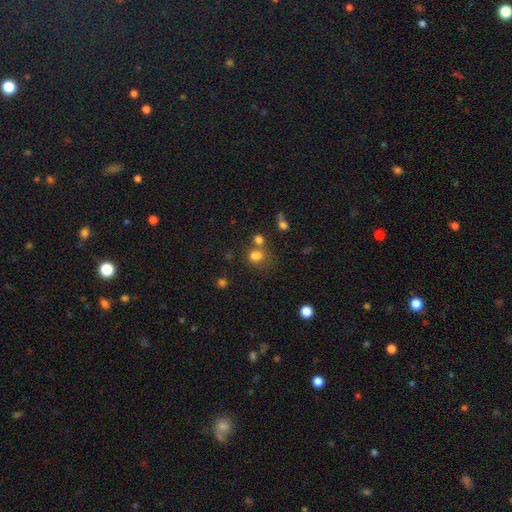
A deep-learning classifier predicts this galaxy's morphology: A smooth galaxy with no disk features (76%) that is round (62%). Merging: none (47%).